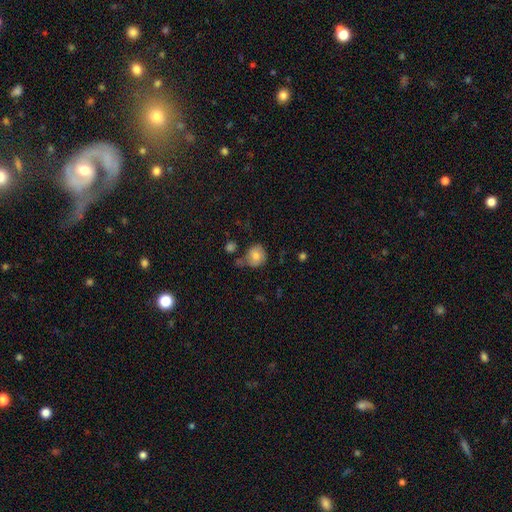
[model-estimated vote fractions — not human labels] A smooth galaxy with no disk features (75%) that is round (81%). Merging: none (57%).